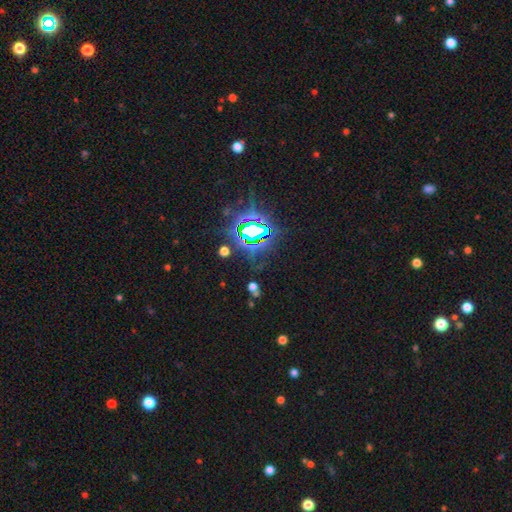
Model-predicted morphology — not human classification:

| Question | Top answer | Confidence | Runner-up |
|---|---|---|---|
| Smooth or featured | star or artifact | 84% | smooth (9%) |